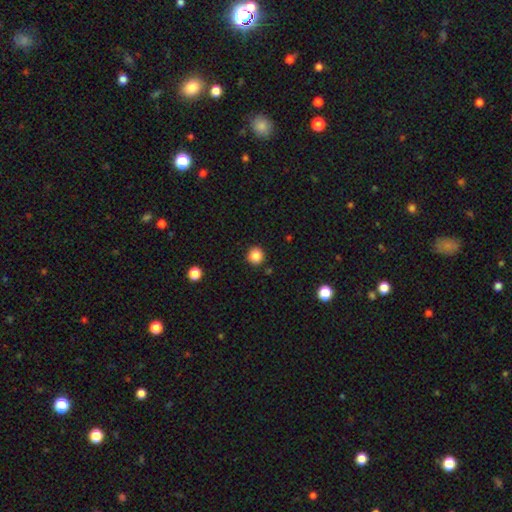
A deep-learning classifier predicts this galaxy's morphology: smooth_or_featured: smooth (p=0.86) [alt: star or artifact p=0.11]
how_rounded: round (p=0.93) [alt: in between p=0.06]
merging: none (p=0.90) [alt: minor disturbance p=0.07]